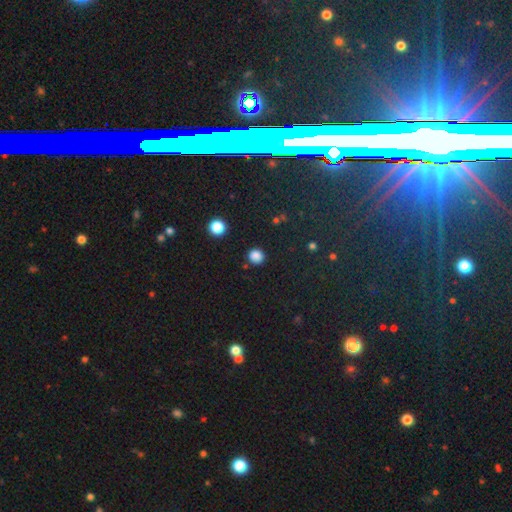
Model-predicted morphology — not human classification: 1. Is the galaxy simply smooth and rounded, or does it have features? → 85% smooth, 12% star or artifact, 3% featured or disk.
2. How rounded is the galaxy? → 87% round, 13% in between, 1% cigar-shaped.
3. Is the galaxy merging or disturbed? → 87% none, 8% minor disturbance, 3% major disturbance, 2% merger.